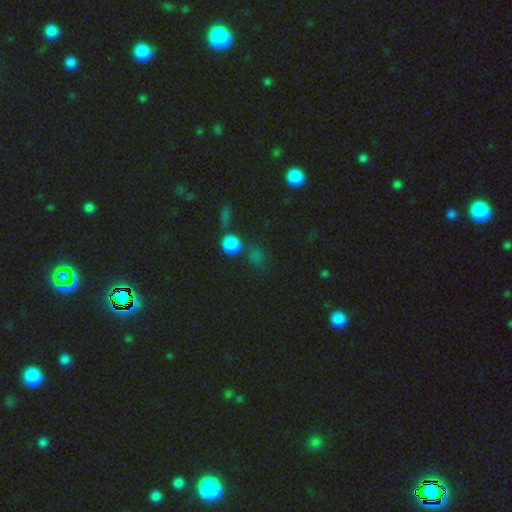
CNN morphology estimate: A smooth galaxy with no disk features (63%) that is round (84%). Merging: none (72%).